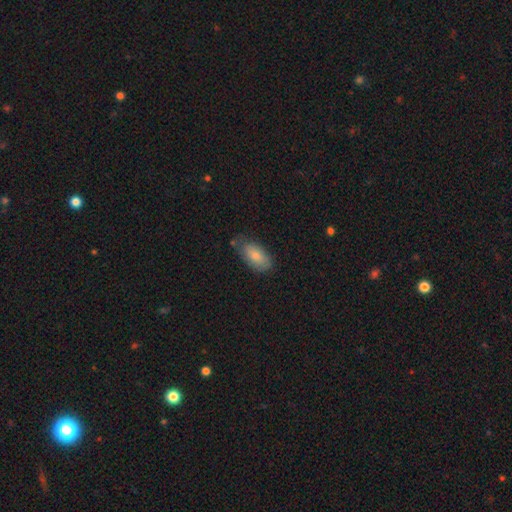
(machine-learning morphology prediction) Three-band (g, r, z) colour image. It shows a smooth galaxy with no disk features (81%) that is in between round and cigar-shaped (92%). Merging: none (64%).